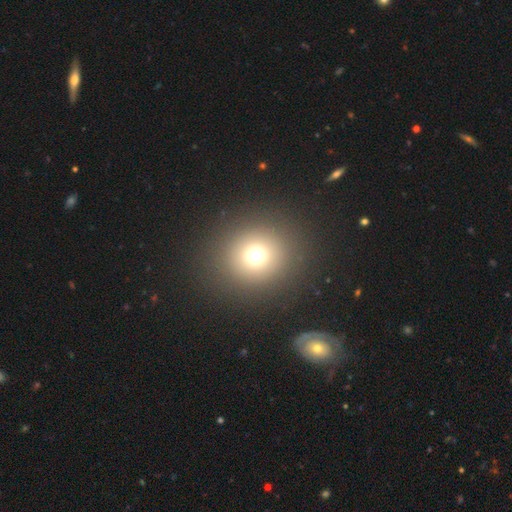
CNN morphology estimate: Smooth or featured? smooth (71%)
How rounded? round (89%)
Merging? none (89%)